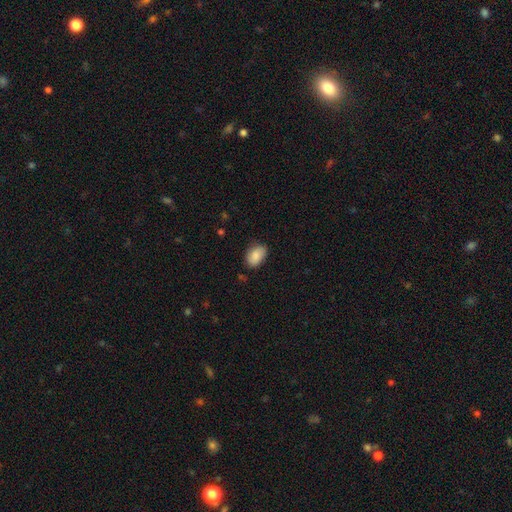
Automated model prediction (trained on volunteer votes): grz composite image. It shows a smooth galaxy with no disk features (87%) that is in between round and cigar-shaped (88%). Merging: none (76%).